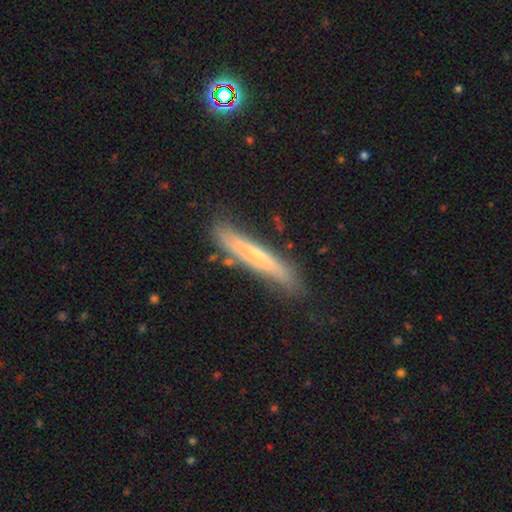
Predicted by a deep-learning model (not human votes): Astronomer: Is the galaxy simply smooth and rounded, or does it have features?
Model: smooth — 52% (runner-up: featured or disk, 41%).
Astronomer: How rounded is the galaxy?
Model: cigar-shaped — 92%.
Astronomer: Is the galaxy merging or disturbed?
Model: none — 75%.